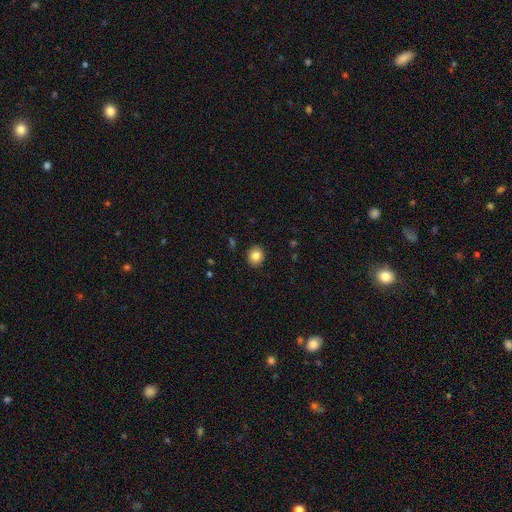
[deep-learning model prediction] smooth 84%, star or artifact 10%, featured or disk 7%. Down the decision tree: how rounded — round (77%); merging — none (91%).